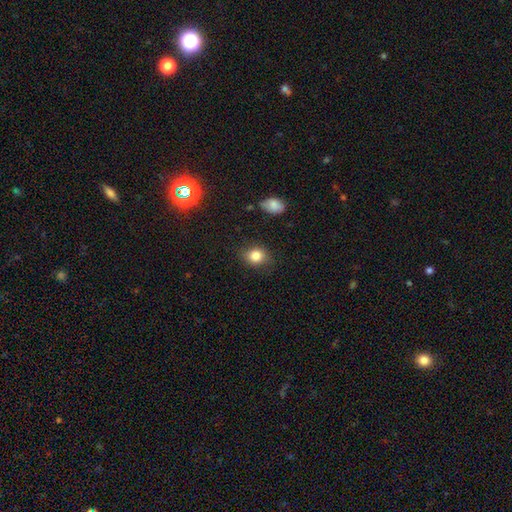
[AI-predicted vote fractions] smooth-or-featured: smooth: 83% | star or artifact: 10% | featured or disk: 7%
  how-rounded: round: 59% | in between: 40% | cigar-shaped: 1%
  merging: none: 81% | minor disturbance: 14% | major disturbance: 4% | merger: 2%